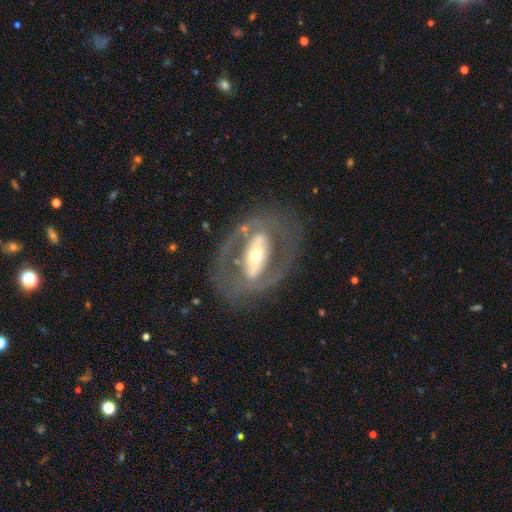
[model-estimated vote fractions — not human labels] smooth-or-featured: featured or disk: 76% | smooth: 18% | star or artifact: 6%
  disk-edge-on: no: 90% | yes: 10%
    bar: strong: 47% | no: 32% | weak: 20%
    has-spiral-arms: no: 61% | yes: 39%
    bulge-size: moderate: 52% | small: 35% | large: 10% | dominant: 2% | none: 1%
  merging: none: 72% | minor disturbance: 13% | major disturbance: 13% | merger: 2%